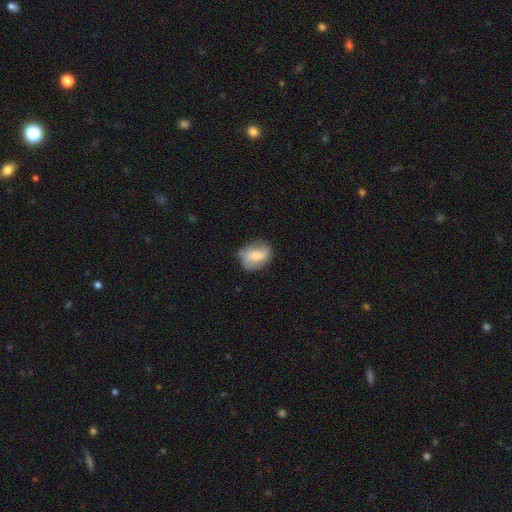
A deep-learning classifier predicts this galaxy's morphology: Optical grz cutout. It shows a smooth galaxy with no disk features (50%) that is in between round and cigar-shaped (61%). Merging: none (65%).